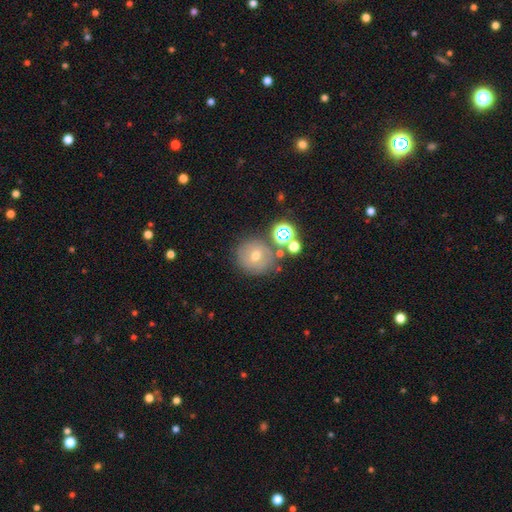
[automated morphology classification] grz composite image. It shows a smooth galaxy with no disk features (50%) that is round (90%). Merging: none (73%).